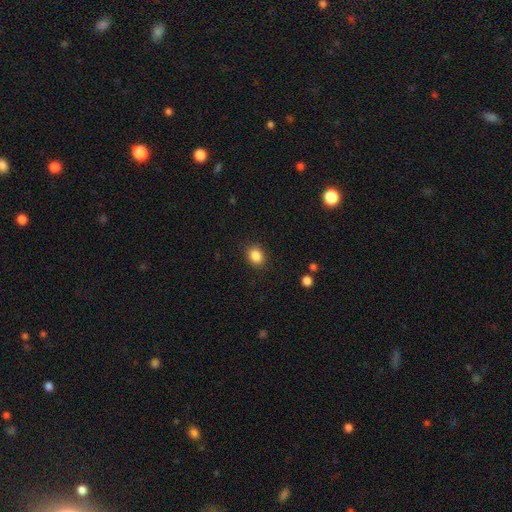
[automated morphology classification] Smooth or featured?
  - smooth: 86% *
  - star or artifact: 10%
  - featured or disk: 4%
How rounded?
  - round: 50% *
  - in between: 49%
  - cigar-shaped: 1%
Merging?
  - none: 88% *
  - minor disturbance: 9%
  - major disturbance: 3%
  - merger: 1%